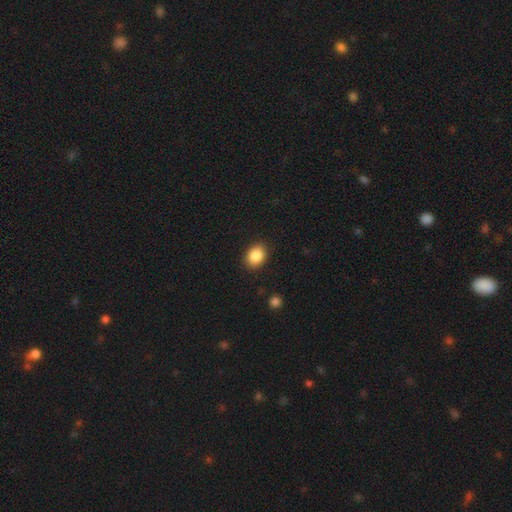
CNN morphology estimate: This appears to be a smooth galaxy with no disk features (87%) that is in between round and cigar-shaped (61%). Merging: none (88%).